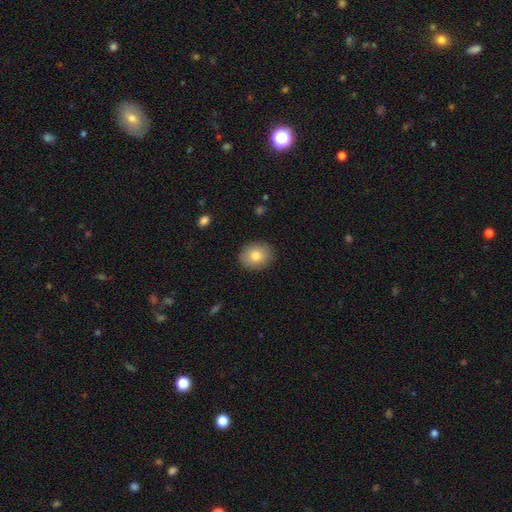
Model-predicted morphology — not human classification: type=smooth (81%); roundness=round (51%); merging=none (89%).